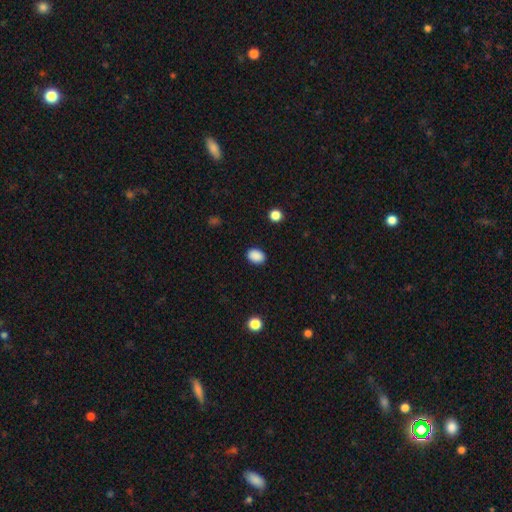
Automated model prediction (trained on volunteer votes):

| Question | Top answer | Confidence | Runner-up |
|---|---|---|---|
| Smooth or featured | smooth | 89% | star or artifact (9%) |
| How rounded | in between | 70% | round (29%) |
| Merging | none | 89% | minor disturbance (8%) |